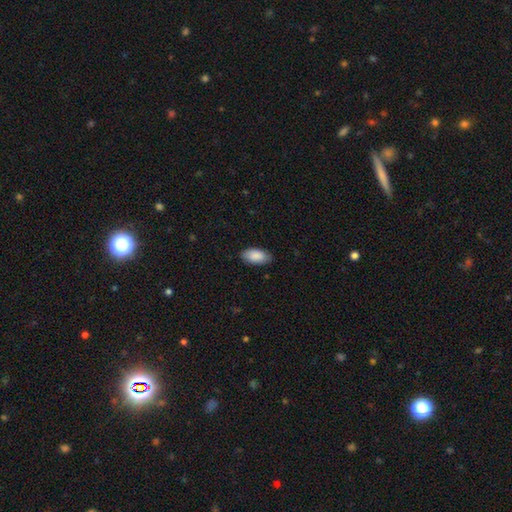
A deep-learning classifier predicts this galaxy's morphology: smooth 89%, star or artifact 6%, featured or disk 6%. Down the decision tree: how rounded — in between (94%); merging — none (86%).